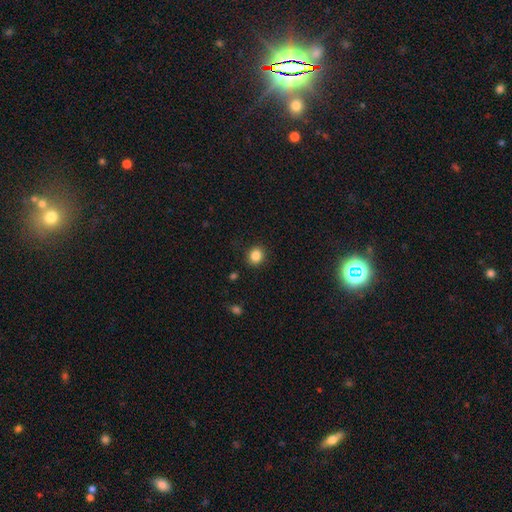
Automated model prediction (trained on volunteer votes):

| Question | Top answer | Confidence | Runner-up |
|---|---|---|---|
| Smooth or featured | smooth | 85% | star or artifact (11%) |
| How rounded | round | 78% | in between (21%) |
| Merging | none | 89% | minor disturbance (7%) |